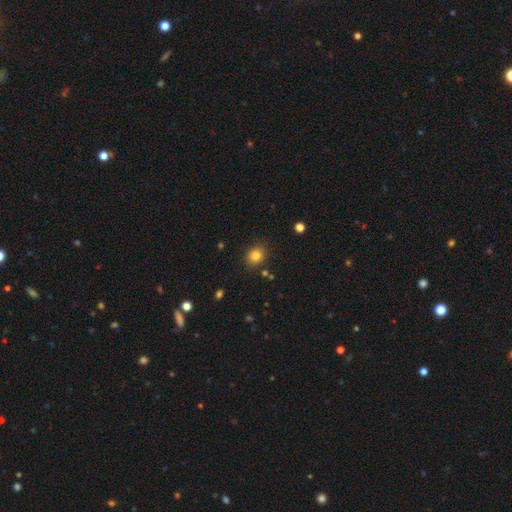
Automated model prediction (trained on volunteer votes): smooth-or-featured: smooth: 82% | star or artifact: 12% | featured or disk: 6%
  how-rounded: round: 69% | in between: 30% | cigar-shaped: 1%
  merging: none: 87% | minor disturbance: 9% | major disturbance: 2% | merger: 2%